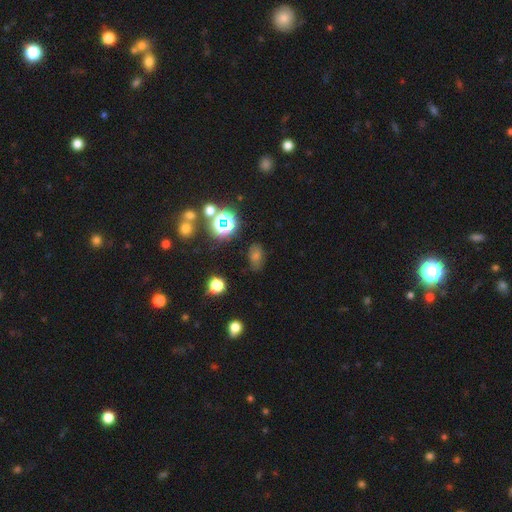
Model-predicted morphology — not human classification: This is marginally a smooth galaxy (45%). Merging: likely none (75%).